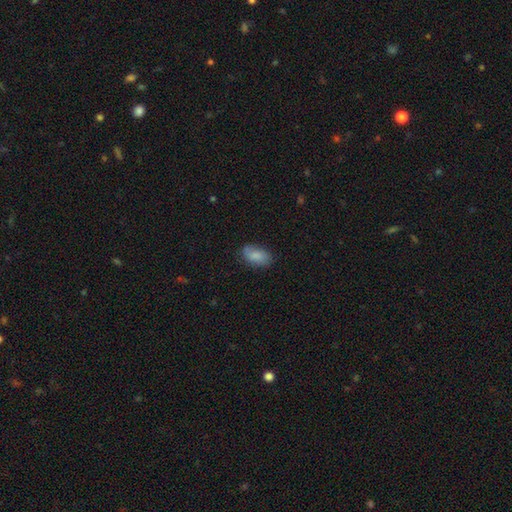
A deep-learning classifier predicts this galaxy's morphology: Overall: smooth (81%). How rounded: in between (92%). Merging: none (70%).